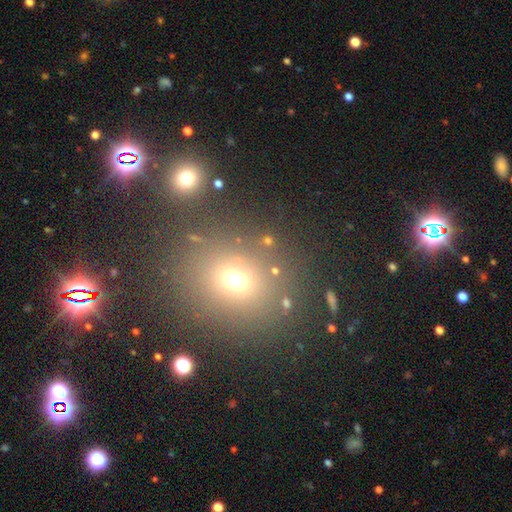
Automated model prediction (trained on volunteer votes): This appears to be a smooth galaxy with no disk features (51%) that is round (71%). Merging: none (82%).